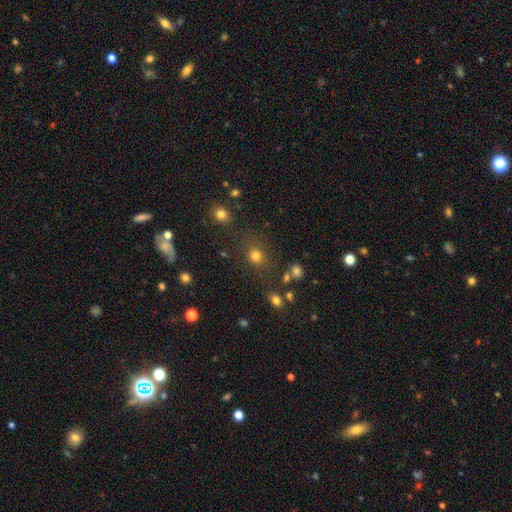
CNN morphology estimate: The model was most divided on "how rounded": round: 77%, in between: 22%, cigar-shaped: 1%. More confident: smooth or featured — smooth (77%); merging — none (75%).